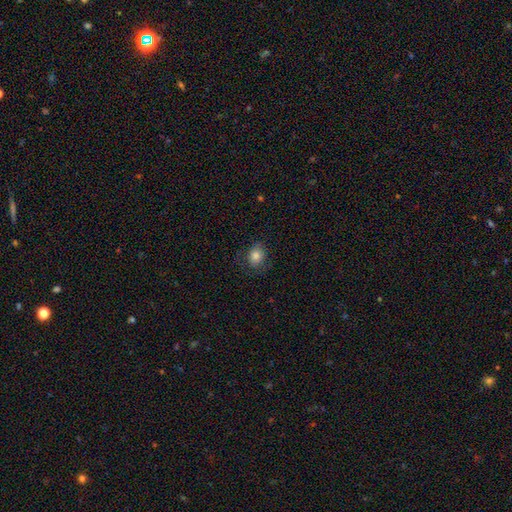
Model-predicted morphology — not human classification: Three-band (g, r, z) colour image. It shows a smooth galaxy with no disk features (81%) that is round (50%). Merging: none (74%).